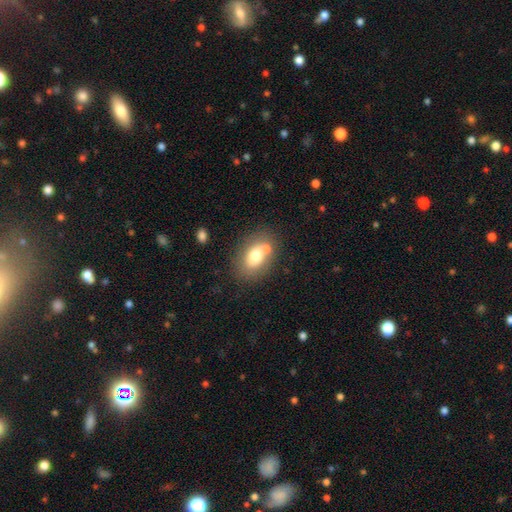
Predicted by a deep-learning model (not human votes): smooth-or-featured: smooth: 69% | featured or disk: 22% | star or artifact: 9%
  how-rounded: in between: 78% | round: 20% | cigar-shaped: 1%
  merging: none: 58% | merger: 22% | minor disturbance: 14% | major disturbance: 5%